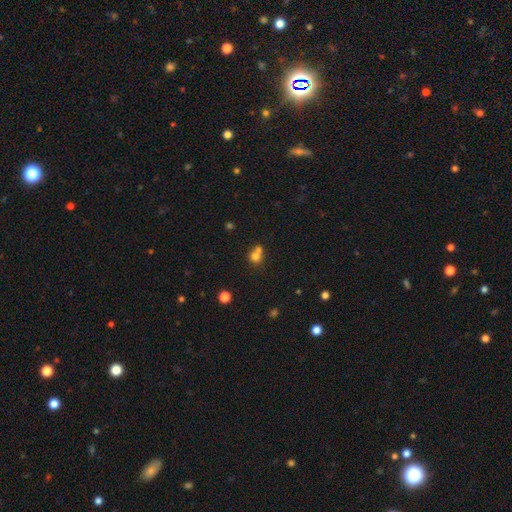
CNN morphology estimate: Smooth or featured? Predicted: smooth (p=0.73). How rounded? Predicted: round (p=0.79). Merging? Predicted: merger (p=0.53).